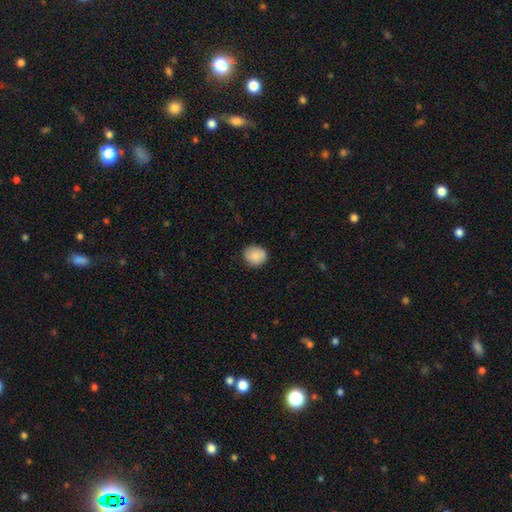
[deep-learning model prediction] A smooth galaxy with no disk features (88%) that is round (76%).

Vote fractions:
- Smooth or featured? smooth: 88% / star or artifact: 7% / featured or disk: 5%
- How rounded? round: 76% / in between: 23% / cigar-shaped: 1%
- Merging? none: 84% / minor disturbance: 12% / major disturbance: 2% / merger: 1%